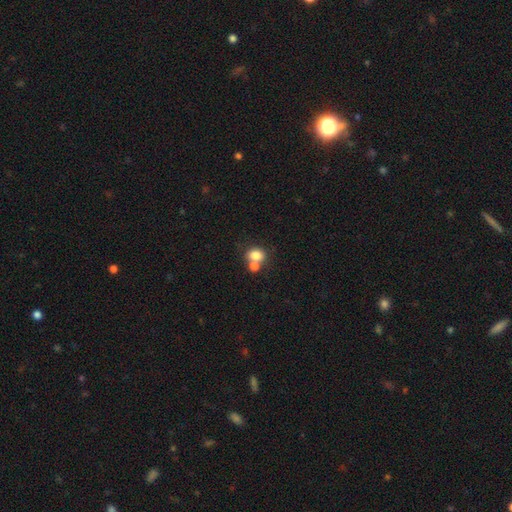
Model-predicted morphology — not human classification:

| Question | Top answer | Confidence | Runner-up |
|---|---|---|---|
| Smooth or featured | smooth | 80% | star or artifact (10%) |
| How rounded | round | 52% | in between (47%) |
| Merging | none | 44% | merger (43%) |